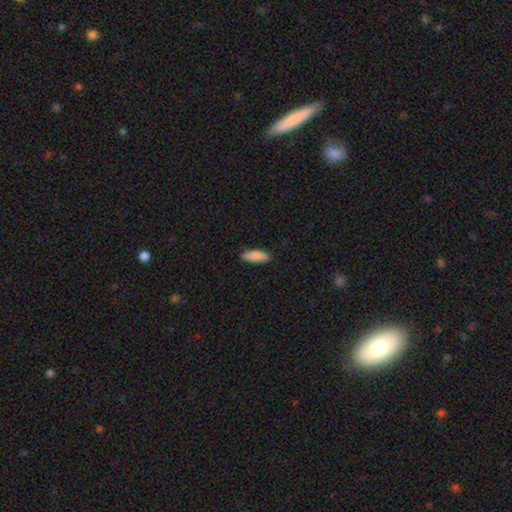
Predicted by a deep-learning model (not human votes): The model was most divided on "how rounded": in between: 61%, cigar-shaped: 37%, round: 2%. More confident: smooth or featured — smooth (89%); merging — none (89%).